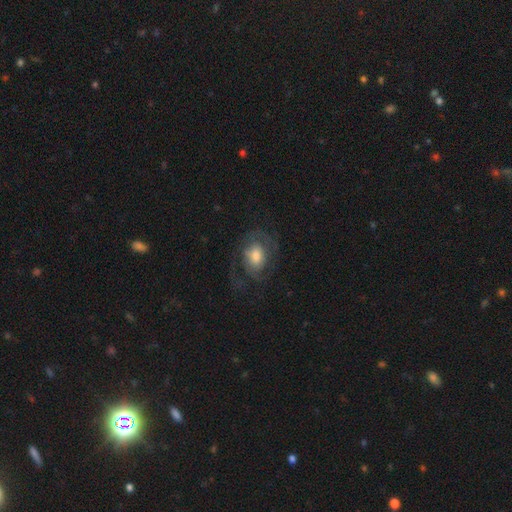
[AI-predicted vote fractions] Smooth or featured: featured or disk — 59% (smooth — 33%)
Edge-on disk: no — 96% (yes — 4%)
Bar: no — 62% (weak — 31%)
Spiral arms: yes — 80% (no — 20%)
Bulge size: moderate — 51% (large — 28%)
Merging: none — 55% (major disturbance — 24%)